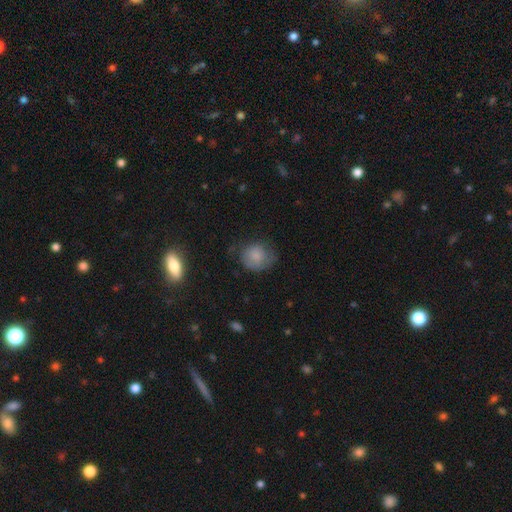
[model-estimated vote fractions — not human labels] Smooth or featured: smooth — 78% (featured or disk — 13%)
How rounded: round — 72% (in between — 27%)
Merging: none — 53% (minor disturbance — 31%)